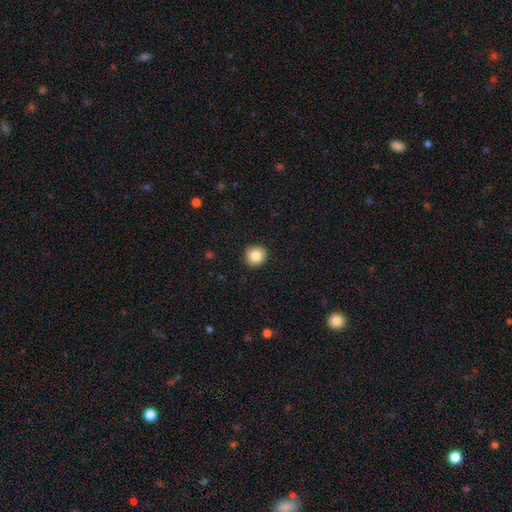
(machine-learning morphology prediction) The model was most divided on "smooth or featured": smooth: 84%, star or artifact: 9%, featured or disk: 6%. More confident: merging — none (91%); how rounded — round (90%).